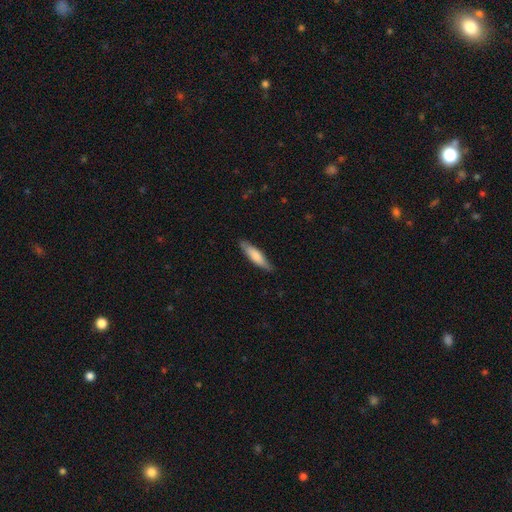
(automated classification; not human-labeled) Smooth or featured? Predicted: smooth (p=0.75). How rounded? Predicted: cigar-shaped (p=0.72). Merging? Predicted: none (p=0.82).